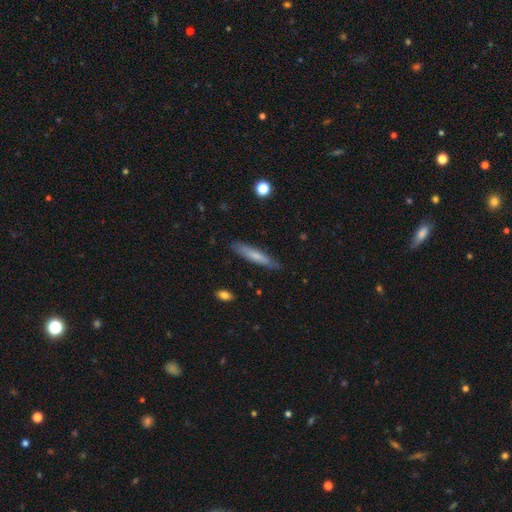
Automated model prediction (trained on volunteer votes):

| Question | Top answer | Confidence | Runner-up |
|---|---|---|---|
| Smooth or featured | smooth | 66% | featured or disk (28%) |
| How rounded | cigar-shaped | 90% | in between (9%) |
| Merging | none | 85% | minor disturbance (12%) |